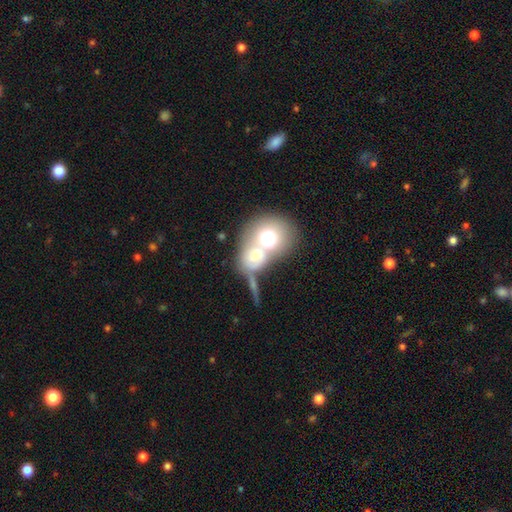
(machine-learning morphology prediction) A smooth galaxy with no disk features (63%) that is round (61%). Merging: merger (58%).